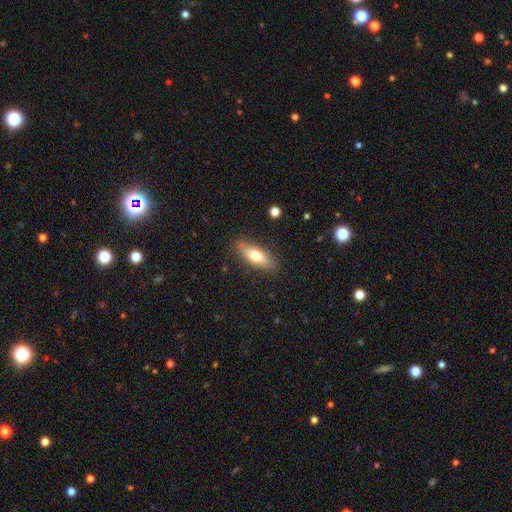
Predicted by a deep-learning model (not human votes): This is likely a smooth galaxy (68%). How rounded: likely in between (65%). Merging: clearly none (83%).